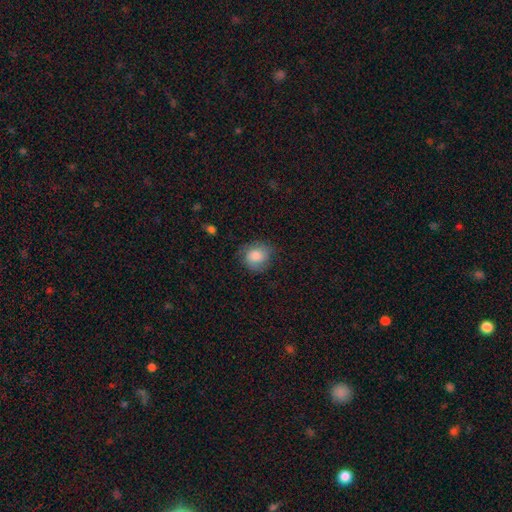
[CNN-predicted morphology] A smooth galaxy with no disk features (75%) that is round (75%). Merging: none (68%).